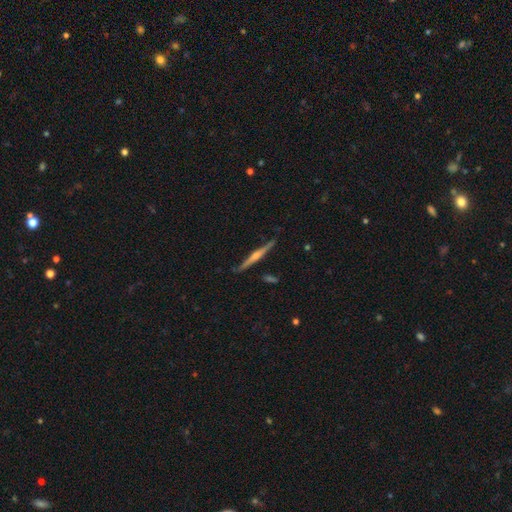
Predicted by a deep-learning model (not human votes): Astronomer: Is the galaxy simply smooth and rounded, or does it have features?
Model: featured or disk — 79%.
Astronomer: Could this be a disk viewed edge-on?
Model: yes — 98%.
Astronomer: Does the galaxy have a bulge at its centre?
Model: rounded — 81%.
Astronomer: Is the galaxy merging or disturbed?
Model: none — 89%.